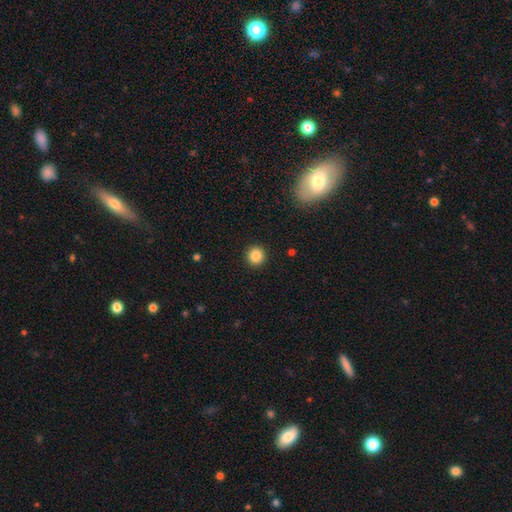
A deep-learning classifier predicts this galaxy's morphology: smooth 86%, star or artifact 10%, featured or disk 4%. Down the decision tree: how rounded — round (95%); merging — none (93%).